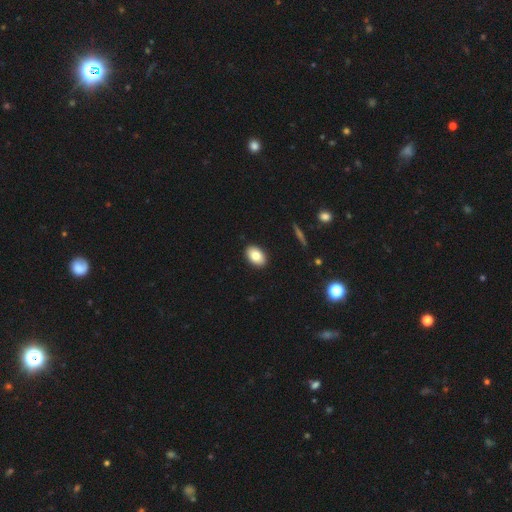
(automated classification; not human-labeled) Smooth or featured? smooth (82%)
How rounded? in between (89%)
Merging? none (91%)